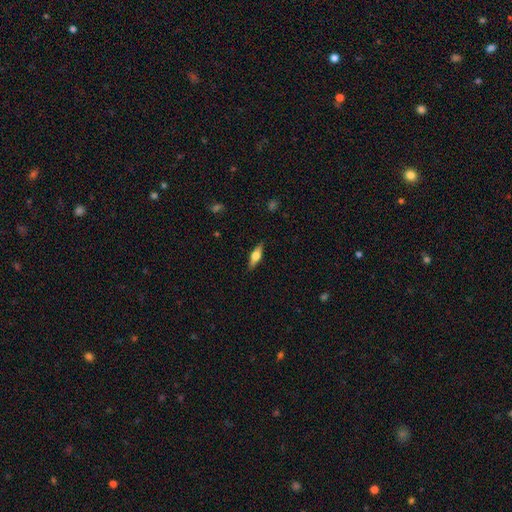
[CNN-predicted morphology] Overall: featured or disk (52%; smooth 42%). Edge-on disk: yes (94%). Merging: none (88%).